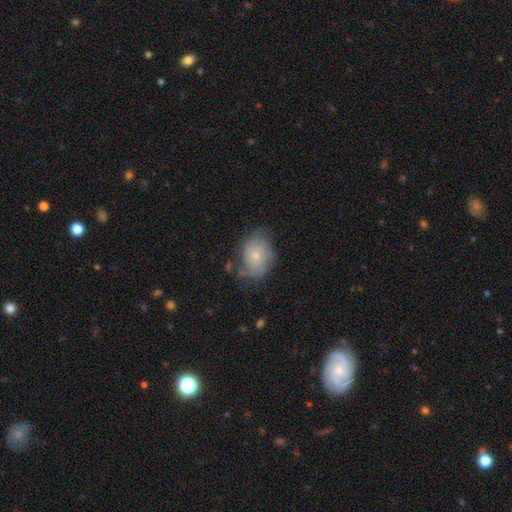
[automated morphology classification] Overall: smooth (51%; featured or disk 41%). How rounded: in between (60%; round 39%). Merging: none (50%; minor disturbance 31%).